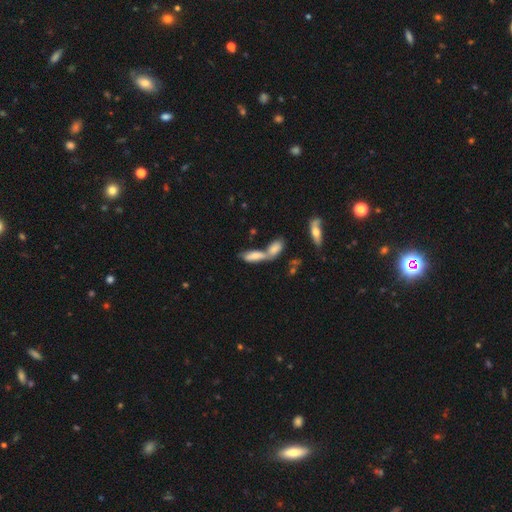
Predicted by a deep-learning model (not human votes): The model was most divided on "how rounded": in between: 63%, cigar-shaped: 34%, round: 2%. More confident: smooth or featured — smooth (70%); merging — merger (64%).